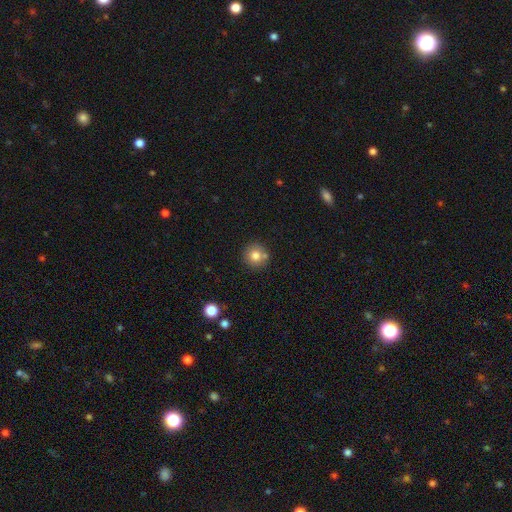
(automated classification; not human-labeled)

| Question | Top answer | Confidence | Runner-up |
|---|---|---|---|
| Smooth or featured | smooth | 80% | star or artifact (11%) |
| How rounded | round | 93% | in between (6%) |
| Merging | none | 75% | merger (12%) |